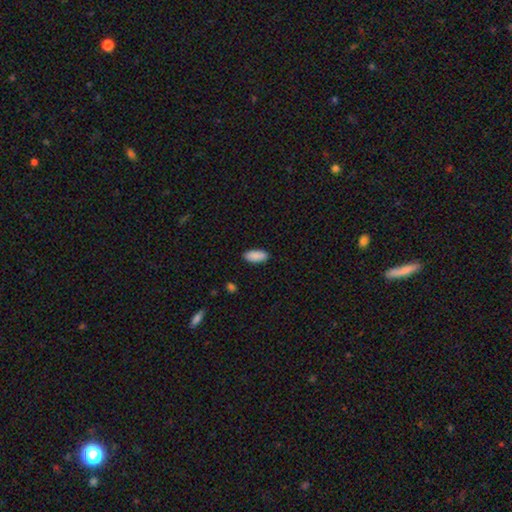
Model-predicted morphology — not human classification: A smooth galaxy with no disk features (90%) that is in between round and cigar-shaped (88%).

Vote fractions:
- Smooth or featured? smooth: 90% / star or artifact: 6% / featured or disk: 3%
- How rounded? in between: 88% / cigar-shaped: 10% / round: 2%
- Merging? none: 89% / minor disturbance: 8% / major disturbance: 2% / merger: 1%